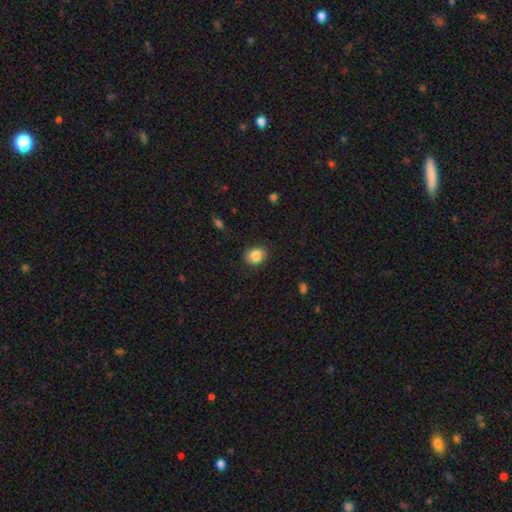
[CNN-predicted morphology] smooth_or_featured: smooth (p=0.85) [alt: star or artifact p=0.09]
how_rounded: in between (p=0.51) [alt: round p=0.48]
merging: none (p=0.86) [alt: minor disturbance p=0.10]